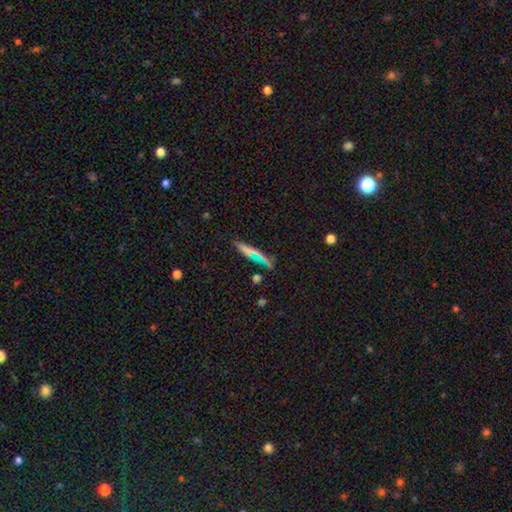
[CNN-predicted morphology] Smooth or featured?
  - smooth: 61% *
  - featured or disk: 27%
  - star or artifact: 12%
How rounded?
  - cigar-shaped: 86% *
  - in between: 10%
  - round: 4%
Merging?
  - none: 76% *
  - minor disturbance: 15%
  - major disturbance: 5%
  - merger: 4%